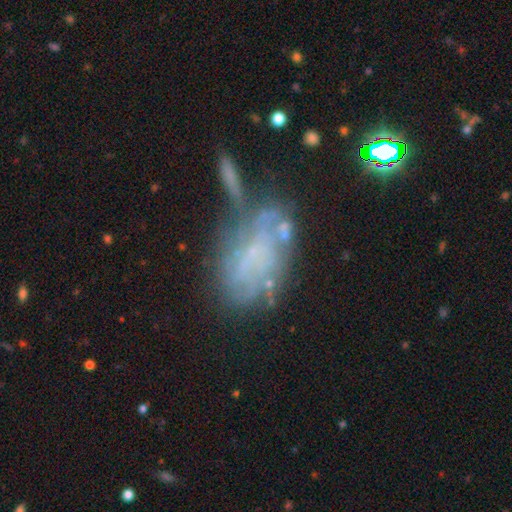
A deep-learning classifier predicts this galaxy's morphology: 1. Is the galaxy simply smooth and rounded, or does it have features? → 55% featured or disk, 29% smooth, 16% star or artifact.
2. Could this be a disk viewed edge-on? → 94% no, 6% yes.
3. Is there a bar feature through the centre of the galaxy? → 80% no, 15% weak, 5% strong.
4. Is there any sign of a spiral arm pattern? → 61% no, 39% yes.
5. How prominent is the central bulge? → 64% none, 26% small, 7% moderate, 2% large, 1% dominant.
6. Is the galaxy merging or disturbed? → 35% none, 23% major disturbance, 21% merger, 21% minor disturbance.